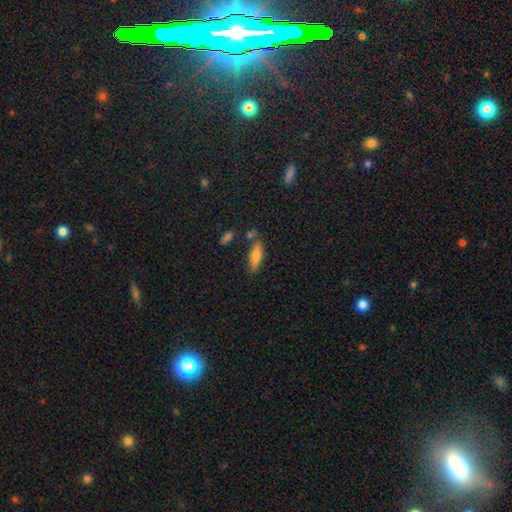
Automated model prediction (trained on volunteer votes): smooth_or_featured: smooth (p=0.80) [alt: featured or disk p=0.12]
how_rounded: in between (p=0.61) [alt: cigar-shaped p=0.37]
merging: none (p=0.72) [alt: minor disturbance p=0.15]